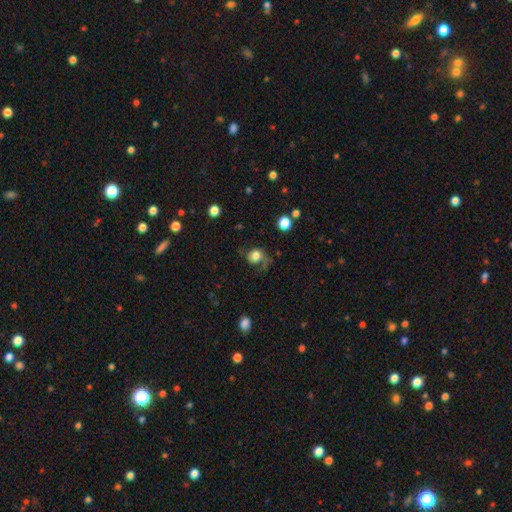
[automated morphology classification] A smooth galaxy with no disk features (63%) that is round (73%). Merging: none (49%).